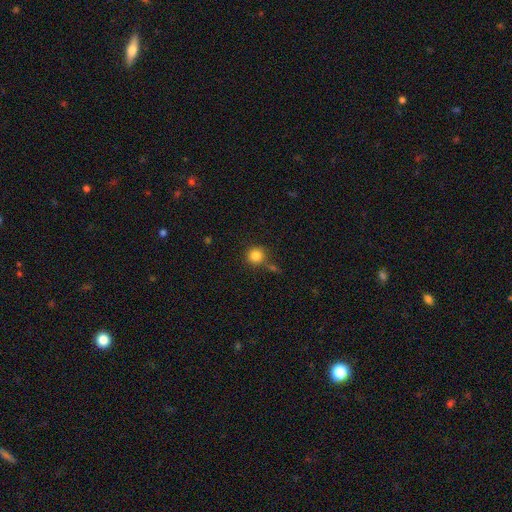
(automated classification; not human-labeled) Smooth or featured? smooth (83%)
How rounded? round (92%)
Merging? none (74%)